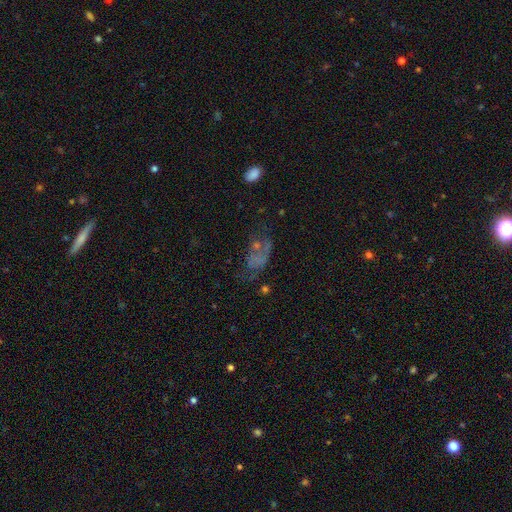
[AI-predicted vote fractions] Smooth or featured: featured or disk — 36% (smooth — 33%)
Merging: none — 39% (major disturbance — 33%)